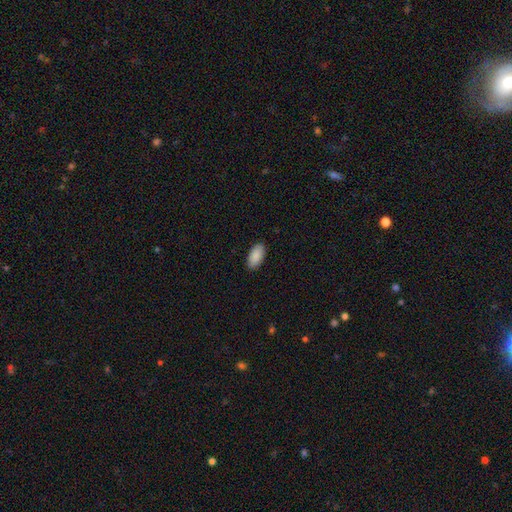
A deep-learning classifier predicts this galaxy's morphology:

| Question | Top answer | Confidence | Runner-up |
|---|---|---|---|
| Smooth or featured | smooth | 90% | star or artifact (6%) |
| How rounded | in between | 95% | cigar-shaped (3%) |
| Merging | none | 89% | minor disturbance (8%) |